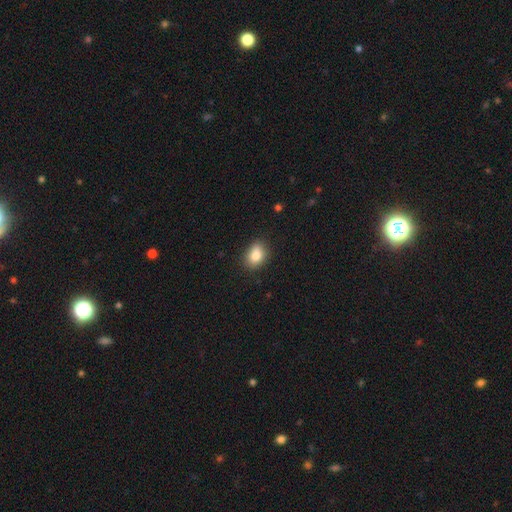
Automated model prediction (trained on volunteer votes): Overall: smooth (84%). How rounded: in between (70%). Merging: none (83%).